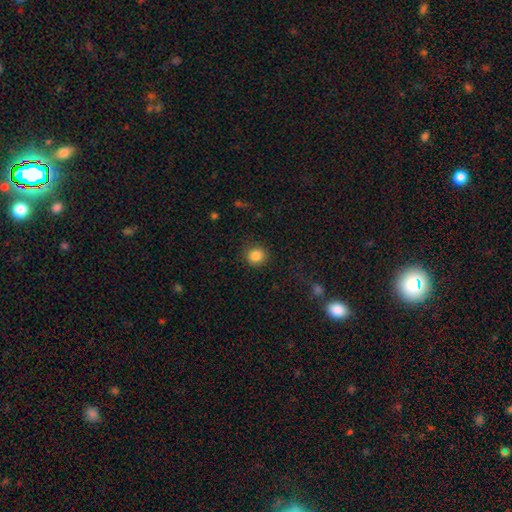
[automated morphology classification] type=smooth (85%); roundness=round (85%); merging=none (88%).